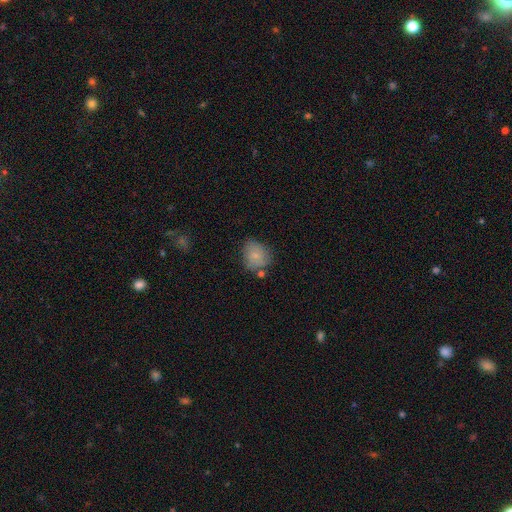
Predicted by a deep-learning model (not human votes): This appears to be a smooth galaxy with no disk features (73%) that is round (71%). Merging: none (63%).